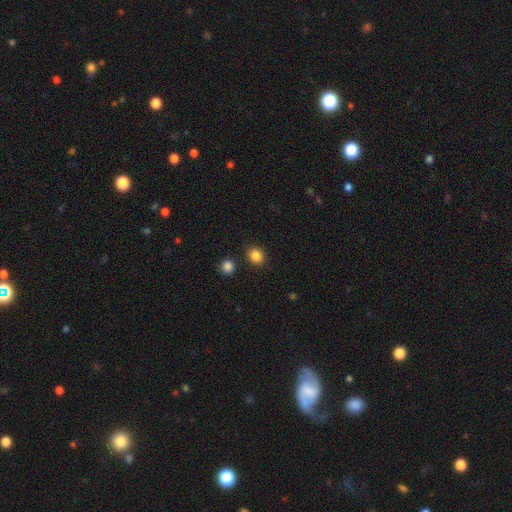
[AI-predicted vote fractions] Smooth or featured: smooth — 85% (star or artifact — 11%)
How rounded: round — 72% (in between — 27%)
Merging: none — 87% (minor disturbance — 7%)